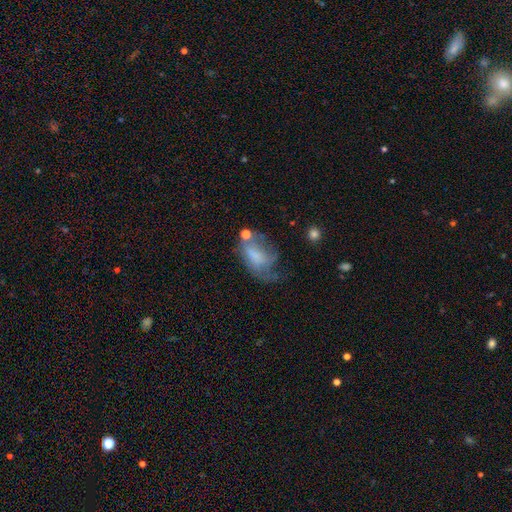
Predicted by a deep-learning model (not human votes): featured or disk 47%, smooth 42%, star or artifact 10%. Down the decision tree: merging — major disturbance (36%).